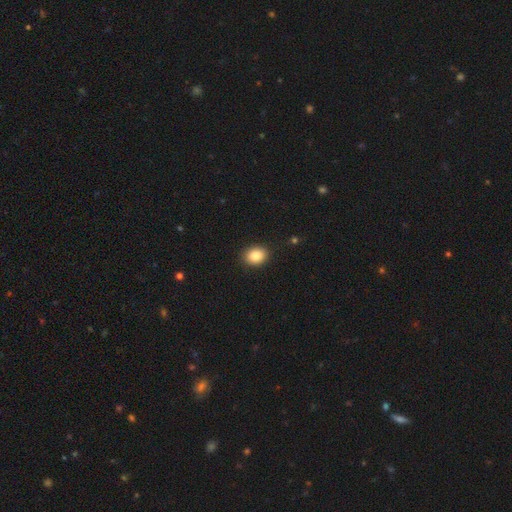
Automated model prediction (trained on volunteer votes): smooth 85%, star or artifact 9%, featured or disk 6%. Down the decision tree: how rounded — in between (52%); merging — none (89%).